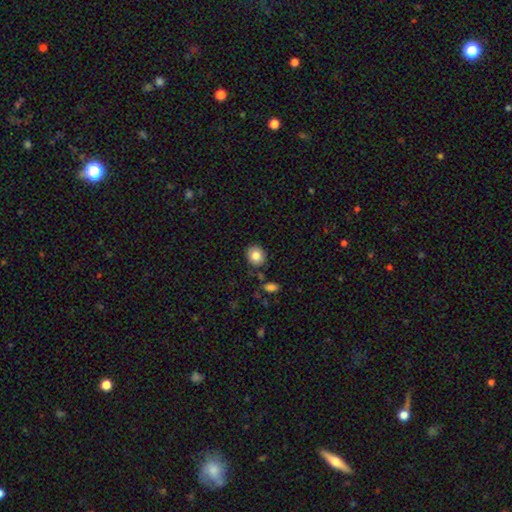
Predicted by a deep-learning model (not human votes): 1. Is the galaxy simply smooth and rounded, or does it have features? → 84% smooth, 9% star or artifact, 7% featured or disk.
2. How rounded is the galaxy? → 72% round, 27% in between, 1% cigar-shaped.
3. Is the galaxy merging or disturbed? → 85% none, 9% minor disturbance, 3% merger, 2% major disturbance.